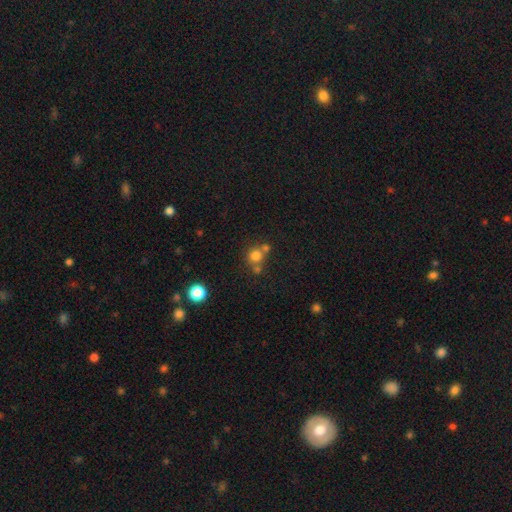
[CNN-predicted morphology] smooth_or_featured: smooth (p=0.75) [alt: star or artifact p=0.15]
how_rounded: round (p=0.89) [alt: in between p=0.10]
merging: none (p=0.53) [alt: merger p=0.35]